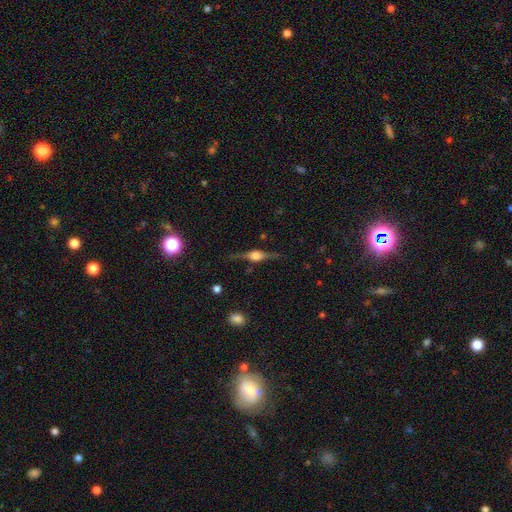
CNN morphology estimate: This is clearly a featured or disk galaxy (80%). It is clearly viewed edge-on (97%). Edge-on bulge: clearly rounded (88%). Merging: clearly none (83%).